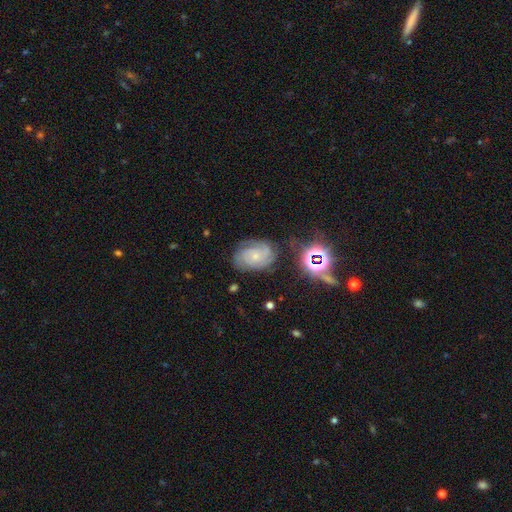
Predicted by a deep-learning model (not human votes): Smooth or featured? featured or disk (77%)
Edge-on disk? no (97%)
Bar? no (75%)
Spiral arms? yes (95%)
Spiral winding? tight (64%)
Spiral arm count? 2 (31%)
Bulge size? small (72%)
Merging? none (68%)